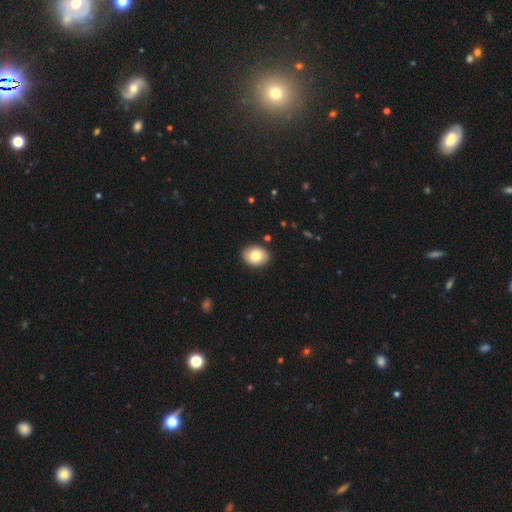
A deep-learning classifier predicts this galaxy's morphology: type=smooth (83%); roundness=in between (63%); merging=none (89%).